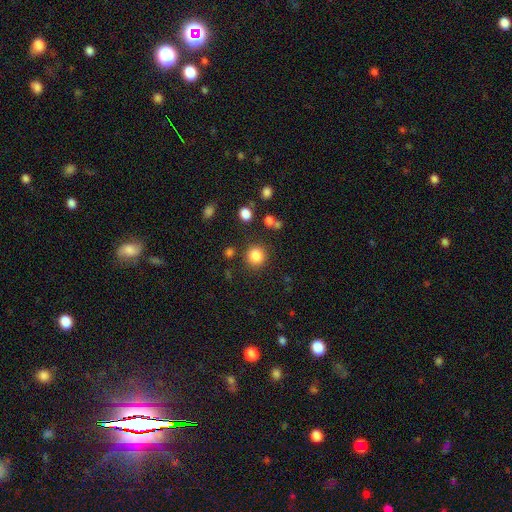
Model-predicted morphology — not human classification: smooth_or_featured: smooth (p=0.84) [alt: star or artifact p=0.11]
how_rounded: round (p=0.92) [alt: in between p=0.07]
merging: none (p=0.85) [alt: minor disturbance p=0.08]